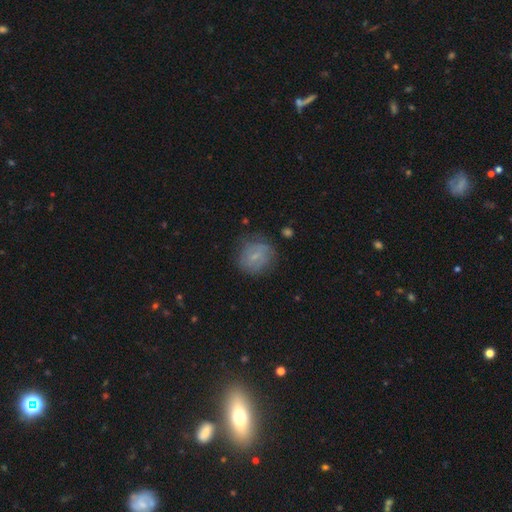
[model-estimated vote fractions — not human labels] Overall: smooth (53%; featured or disk 37%). How rounded: round (77%). Merging: none (69%).